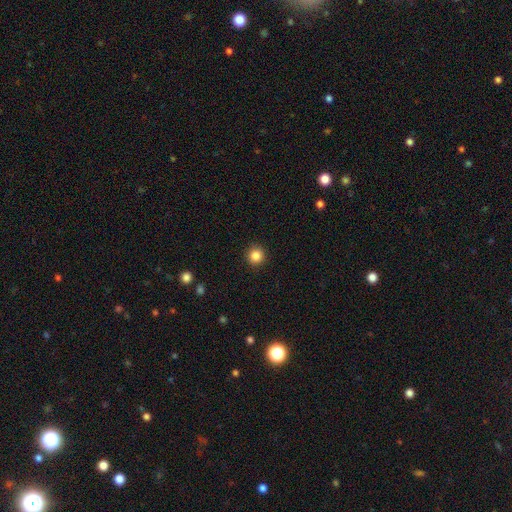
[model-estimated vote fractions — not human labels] Smooth or featured?
  - smooth: 85% *
  - star or artifact: 11%
  - featured or disk: 4%
How rounded?
  - round: 95% *
  - in between: 4%
  - cigar-shaped: 1%
Merging?
  - none: 93% *
  - minor disturbance: 5%
  - major disturbance: 2%
  - merger: 1%